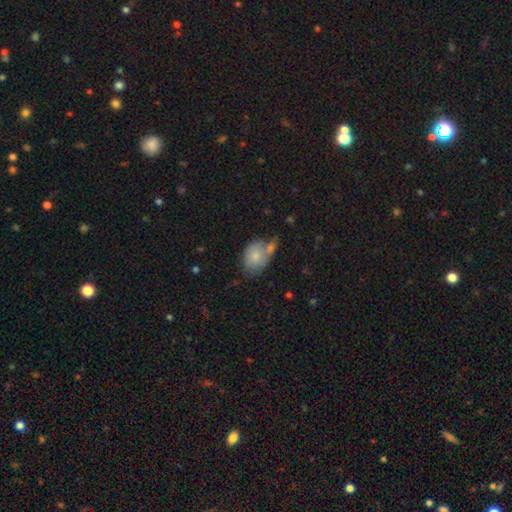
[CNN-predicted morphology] smooth-or-featured: smooth: 76% | featured or disk: 17% | star or artifact: 7%
  how-rounded: in between: 73% | round: 26% | cigar-shaped: 1%
  merging: none: 41% | merger: 29% | minor disturbance: 22% | major disturbance: 8%